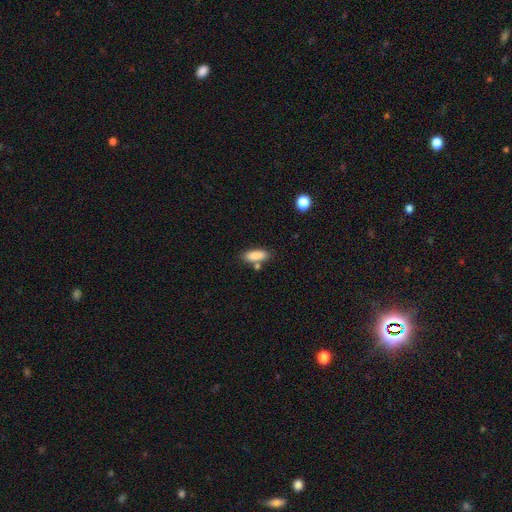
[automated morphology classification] The model was most divided on "how rounded": in between: 71%, cigar-shaped: 27%, round: 2%. More confident: smooth or featured — smooth (87%); merging — none (71%).